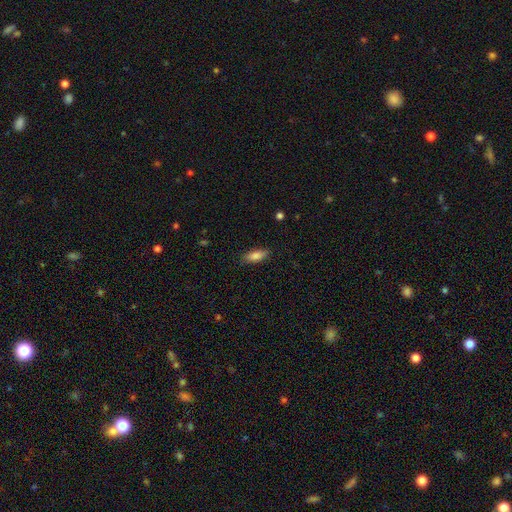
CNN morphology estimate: Smooth or featured: smooth — 82% (featured or disk — 11%)
How rounded: in between — 71% (cigar-shaped — 27%)
Merging: none — 84% (minor disturbance — 13%)